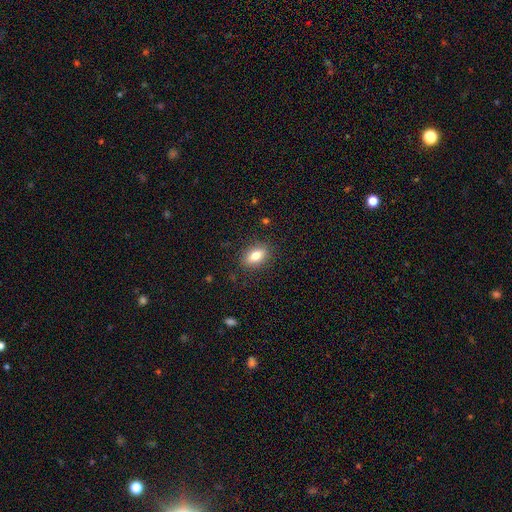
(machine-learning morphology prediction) A smooth galaxy with no disk features (80%) that is in between round and cigar-shaped (84%).

Vote fractions:
- Smooth or featured? smooth: 80% / featured or disk: 12% / star or artifact: 9%
- How rounded? in between: 84% / round: 12% / cigar-shaped: 4%
- Merging? none: 86% / minor disturbance: 10% / major disturbance: 3% / merger: 1%